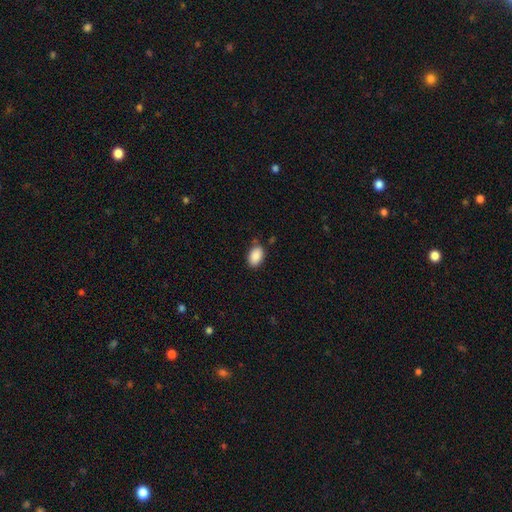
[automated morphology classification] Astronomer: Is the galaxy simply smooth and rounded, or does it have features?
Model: smooth — 89%.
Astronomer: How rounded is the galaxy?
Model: in between — 91%.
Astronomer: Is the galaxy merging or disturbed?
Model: none — 80%.